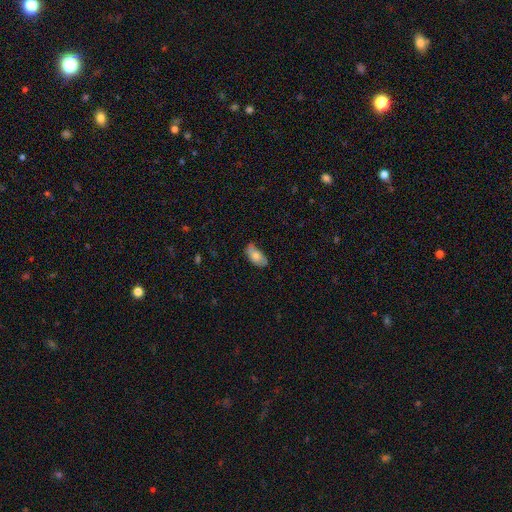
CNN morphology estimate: smooth-or-featured: smooth: 71% | featured or disk: 22% | star or artifact: 7%
  how-rounded: in between: 91% | cigar-shaped: 5% | round: 3%
  merging: none: 59% | minor disturbance: 32% | major disturbance: 7% | merger: 2%